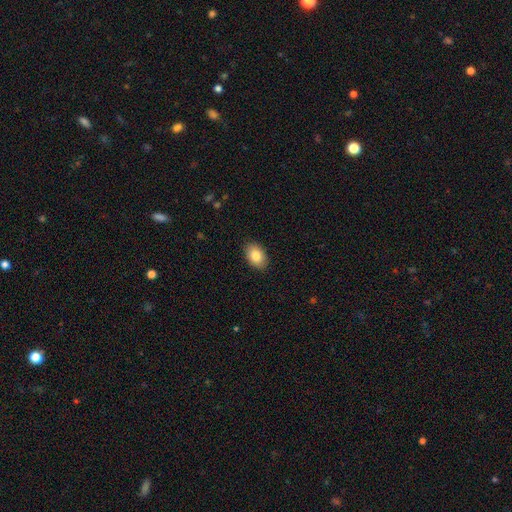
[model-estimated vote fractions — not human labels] This is clearly a smooth galaxy (84%). How rounded: clearly in between (87%). Merging: clearly none (89%).